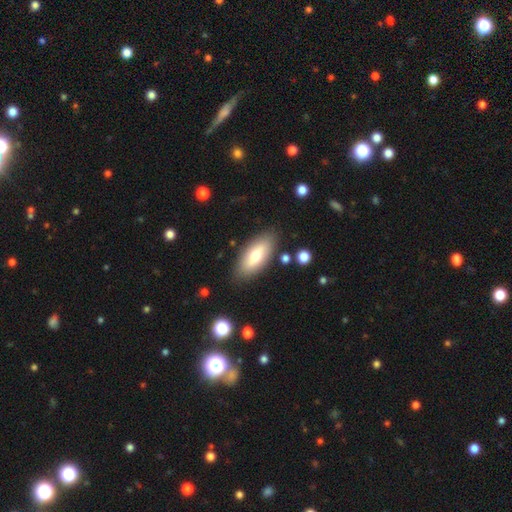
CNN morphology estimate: Q: Smooth or featured?
A: smooth (67%); runner-up: featured or disk (27%)
Q: How rounded?
A: in between (81%); runner-up: cigar-shaped (16%)
Q: Merging?
A: none (83%); runner-up: minor disturbance (11%)